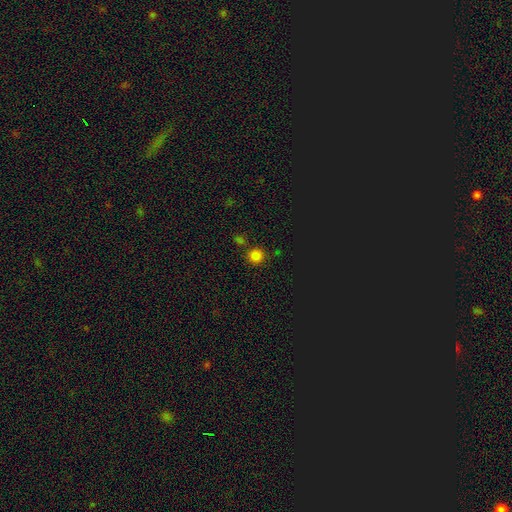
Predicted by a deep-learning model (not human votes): Smooth or featured? smooth (78%)
How rounded? round (93%)
Merging? none (79%)